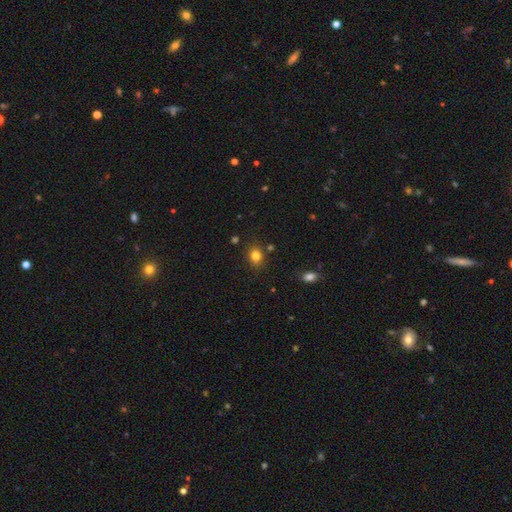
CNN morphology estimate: This appears to be a smooth galaxy with no disk features (81%) that is round (58%). Merging: none (83%).